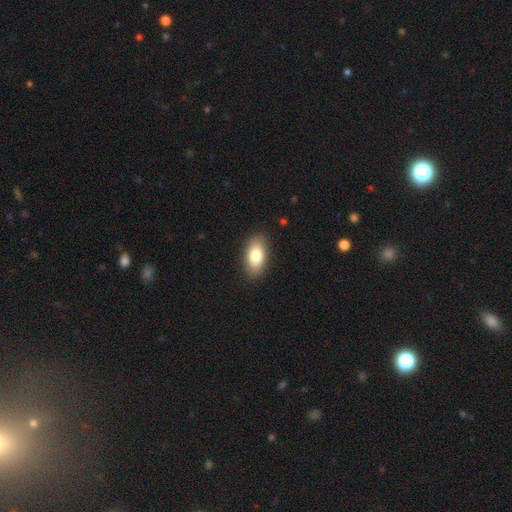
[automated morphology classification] smooth 81%, featured or disk 12%, star or artifact 7%. Down the decision tree: how rounded — in between (91%); merging — none (87%).